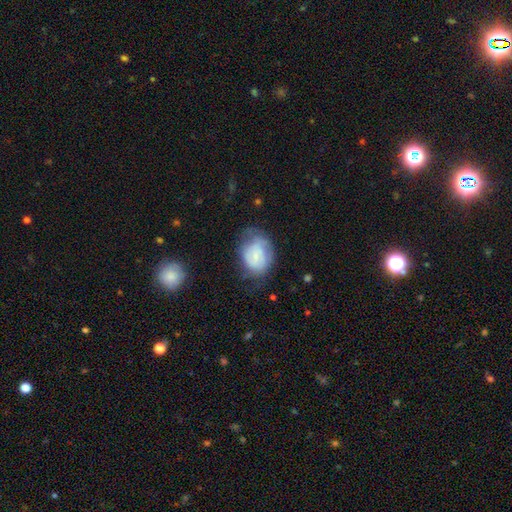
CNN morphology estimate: A smooth galaxy with no disk features (53%) that is in between round and cigar-shaped (54%). Merging: none (47%).